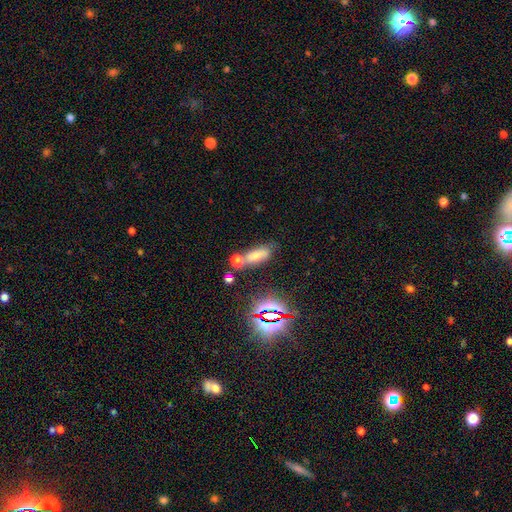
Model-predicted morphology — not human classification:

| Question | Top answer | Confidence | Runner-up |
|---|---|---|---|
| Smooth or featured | smooth | 61% | star or artifact (22%) |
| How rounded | in between | 71% | cigar-shaped (21%) |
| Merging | none | 54% | merger (23%) |